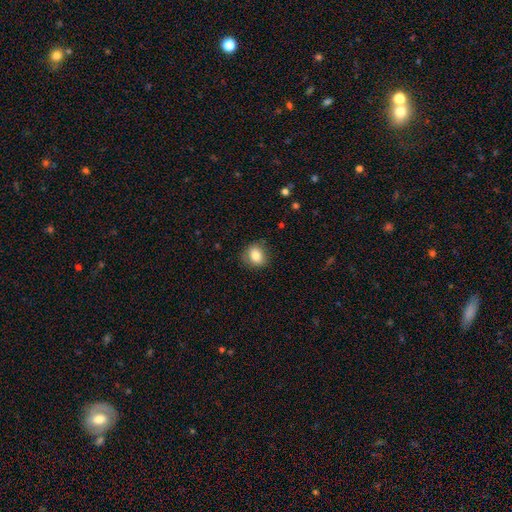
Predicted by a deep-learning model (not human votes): smooth_or_featured: smooth (p=0.82) [alt: star or artifact p=0.09]
how_rounded: round (p=0.62) [alt: in between p=0.37]
merging: none (p=0.82) [alt: minor disturbance p=0.14]